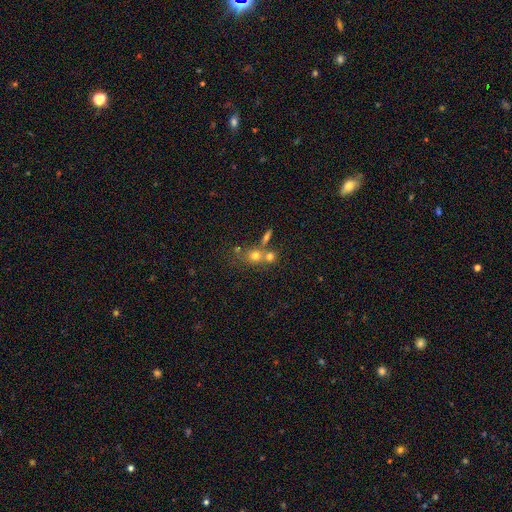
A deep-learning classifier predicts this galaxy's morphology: smooth_or_featured: smooth (p=0.67) [alt: featured or disk p=0.17]
how_rounded: round (p=0.78) [alt: in between p=0.21]
merging: merger (p=0.45) [alt: none p=0.42]